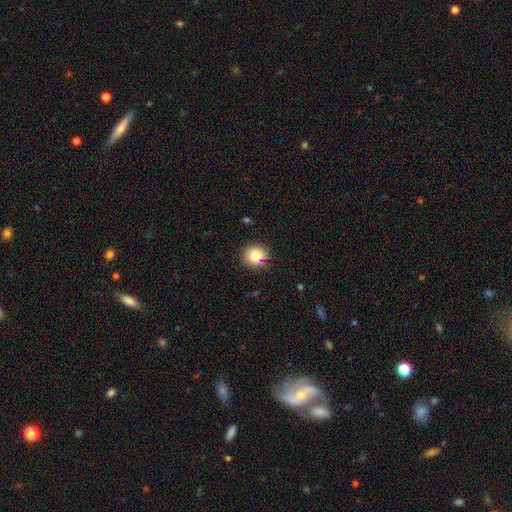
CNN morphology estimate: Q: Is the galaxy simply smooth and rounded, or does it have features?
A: smooth — 81%.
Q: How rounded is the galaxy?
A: round — 89%.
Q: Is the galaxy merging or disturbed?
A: none — 82%.